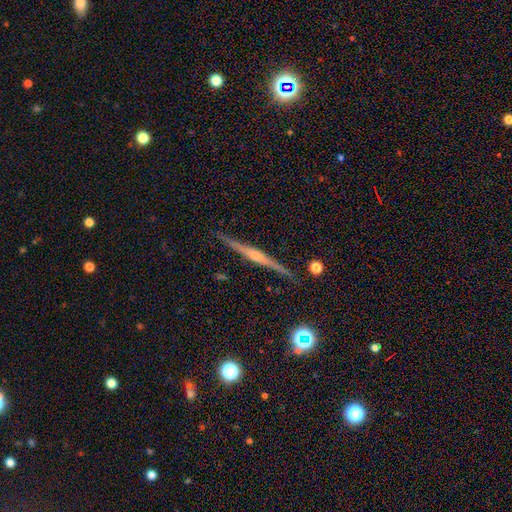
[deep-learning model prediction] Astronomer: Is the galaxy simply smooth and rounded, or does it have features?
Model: featured or disk — 78%.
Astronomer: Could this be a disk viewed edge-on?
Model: yes — 98%.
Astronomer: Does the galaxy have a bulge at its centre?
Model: rounded — 66%.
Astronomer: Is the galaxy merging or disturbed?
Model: none — 89%.